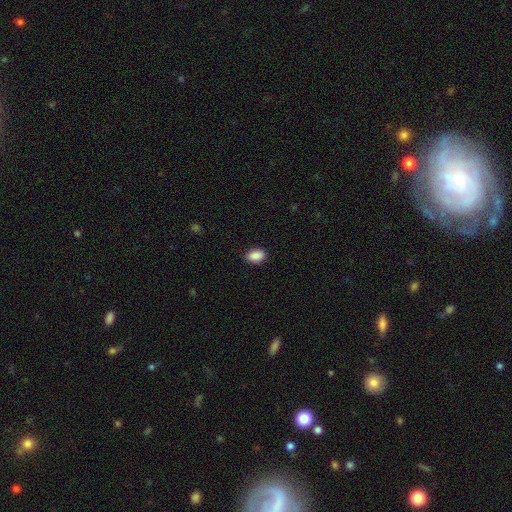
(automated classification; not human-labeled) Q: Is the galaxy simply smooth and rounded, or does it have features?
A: smooth — 90%.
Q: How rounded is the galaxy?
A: in between — 89%.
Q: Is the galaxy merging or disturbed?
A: none — 89%.